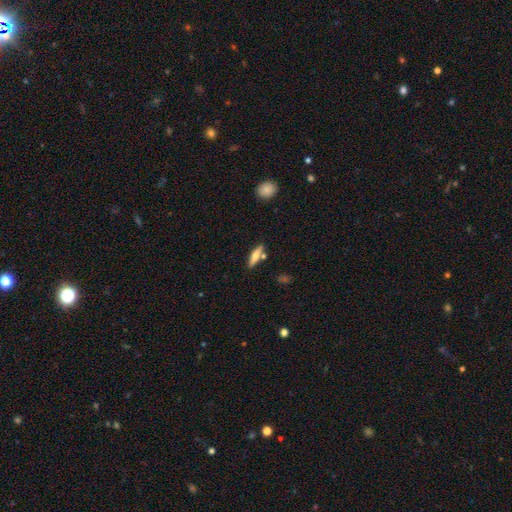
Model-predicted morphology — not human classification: Smooth or featured: smooth — 57% (featured or disk — 36%)
How rounded: cigar-shaped — 71% (in between — 26%)
Merging: none — 76% (minor disturbance — 12%)